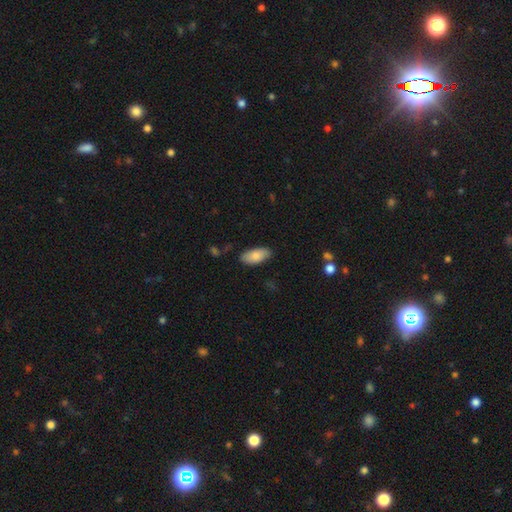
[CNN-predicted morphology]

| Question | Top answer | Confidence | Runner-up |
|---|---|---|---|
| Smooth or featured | smooth | 84% | featured or disk (10%) |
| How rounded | in between | 91% | cigar-shaped (7%) |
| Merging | none | 83% | minor disturbance (13%) |